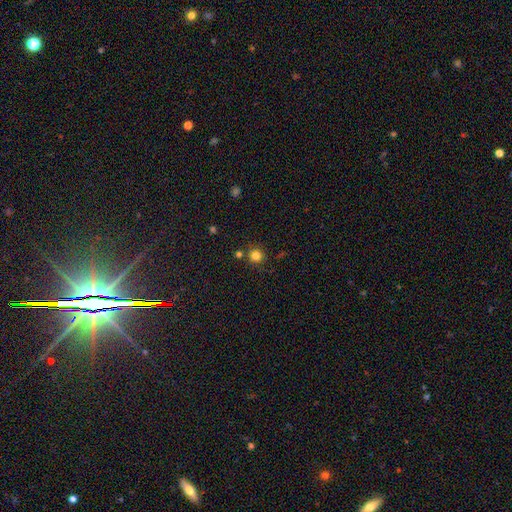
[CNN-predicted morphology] Smooth or featured? smooth (81%)
How rounded? round (93%)
Merging? none (82%)